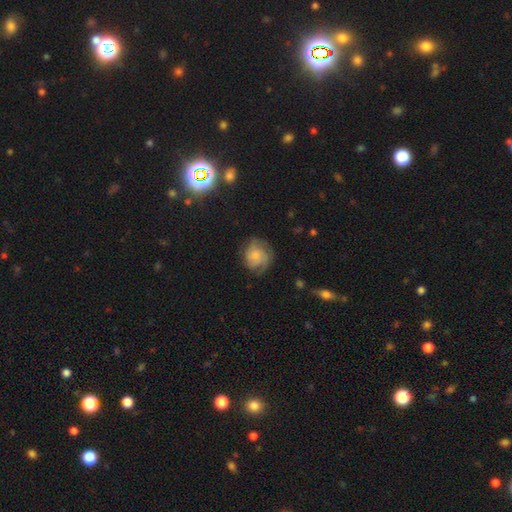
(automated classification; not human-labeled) A featured or disk galaxy (48%). Merging: none (66%).